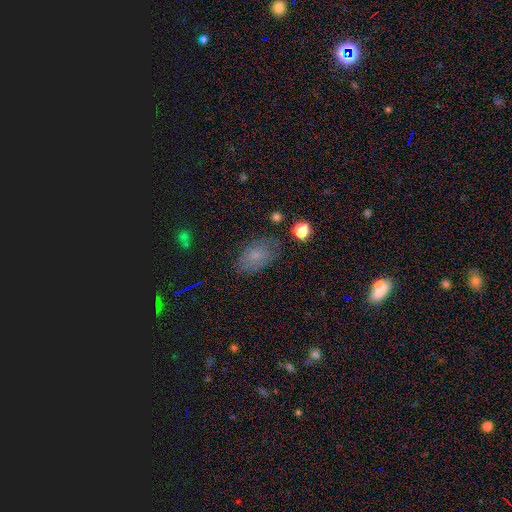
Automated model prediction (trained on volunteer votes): This is likely a smooth galaxy (69%). How rounded: clearly in between (90%). Merging: likely none (75%).